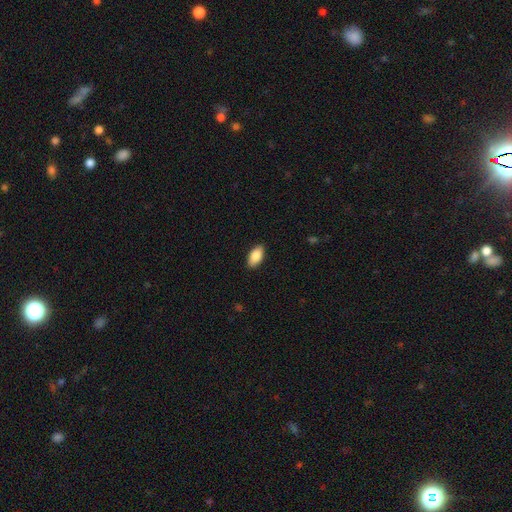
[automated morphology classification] Smooth or featured?
  - smooth: 85% *
  - featured or disk: 8%
  - star or artifact: 6%
How rounded?
  - in between: 92% *
  - cigar-shaped: 5%
  - round: 3%
Merging?
  - none: 89% *
  - minor disturbance: 8%
  - major disturbance: 2%
  - merger: 1%